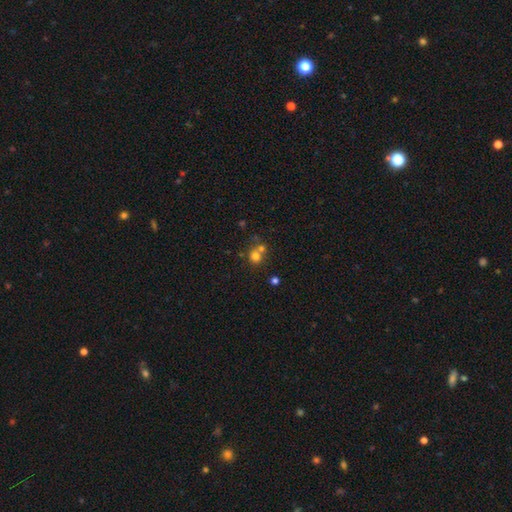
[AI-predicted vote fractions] A smooth galaxy with no disk features (71%) that is round (82%).

Vote fractions:
- Smooth or featured? smooth: 71% / star or artifact: 17% / featured or disk: 12%
- How rounded? round: 82% / in between: 17% / cigar-shaped: 1%
- Merging? merger: 48% / none: 43% / minor disturbance: 6% / major disturbance: 3%